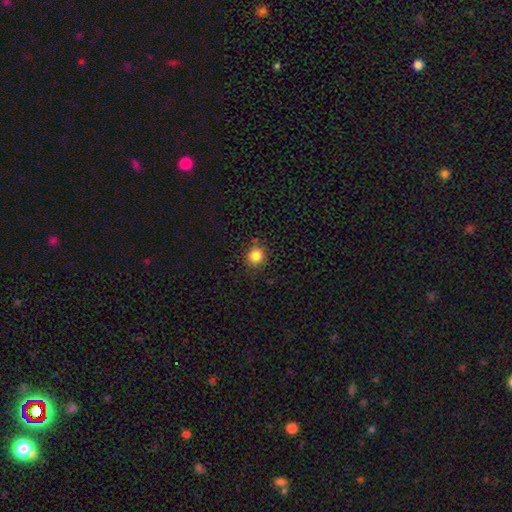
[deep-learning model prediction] This appears to be a smooth galaxy with no disk features (84%) that is round (89%). Merging: none (87%).